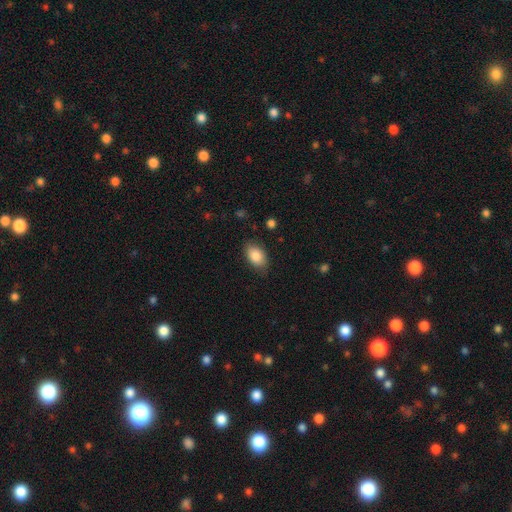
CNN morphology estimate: Smooth or featured?
  - smooth: 85% *
  - featured or disk: 8%
  - star or artifact: 7%
How rounded?
  - in between: 90% *
  - round: 8%
  - cigar-shaped: 1%
Merging?
  - none: 81% *
  - minor disturbance: 15%
  - major disturbance: 3%
  - merger: 1%